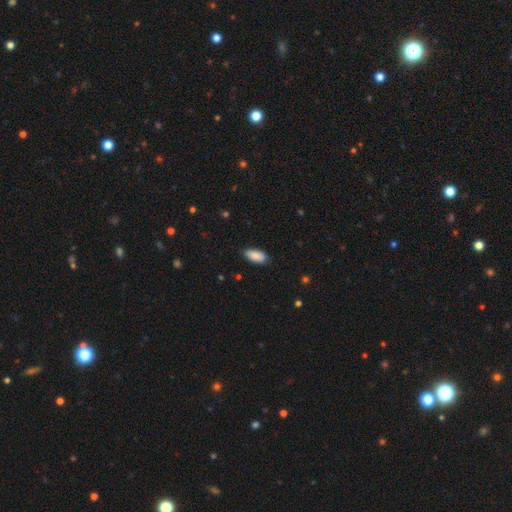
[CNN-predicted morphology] This appears to be a smooth galaxy with no disk features (89%) that is in between round and cigar-shaped (89%). Merging: none (83%).